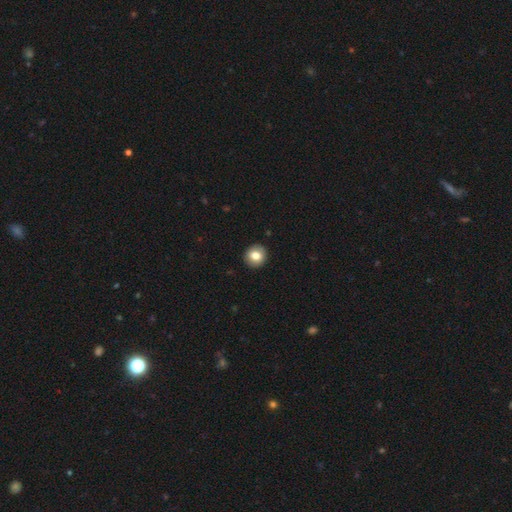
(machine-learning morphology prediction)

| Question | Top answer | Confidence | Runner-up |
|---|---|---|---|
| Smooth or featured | smooth | 79% | featured or disk (13%) |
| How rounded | round | 90% | in between (9%) |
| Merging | none | 92% | minor disturbance (5%) |